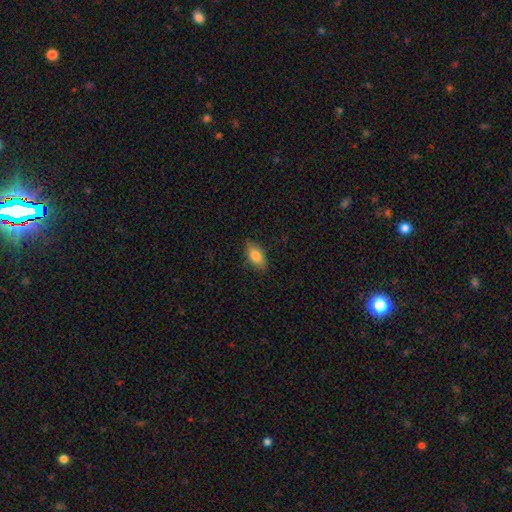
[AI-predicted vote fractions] This appears to be a smooth galaxy with no disk features (80%) that is in between round and cigar-shaped (88%). Merging: none (84%).